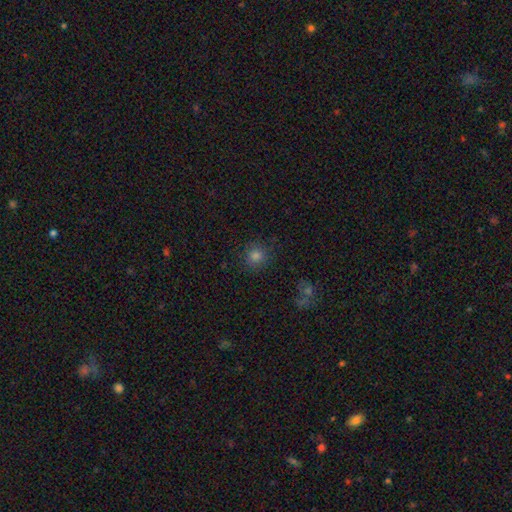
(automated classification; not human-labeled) A smooth galaxy with no disk features (77%) that is round (92%). Merging: none (89%).